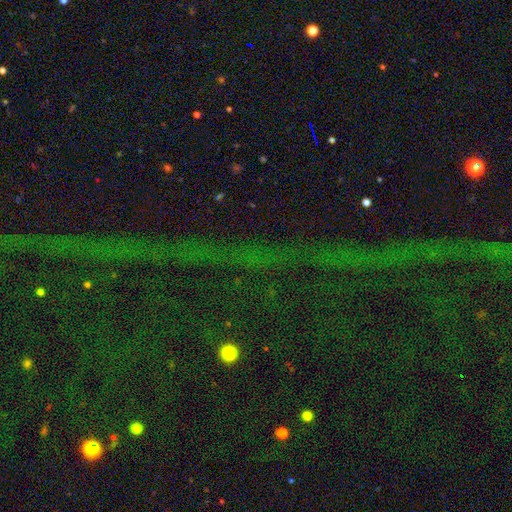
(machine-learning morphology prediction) smooth-or-featured: star or artifact: 81% | featured or disk: 10% | smooth: 9%